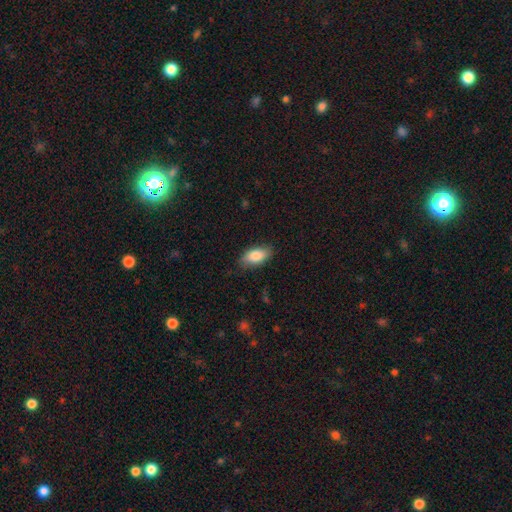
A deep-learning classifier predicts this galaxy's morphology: Q: Smooth or featured?
A: smooth (85%); runner-up: featured or disk (9%)
Q: How rounded?
A: in between (91%); runner-up: cigar-shaped (6%)
Q: Merging?
A: none (83%); runner-up: minor disturbance (13%)